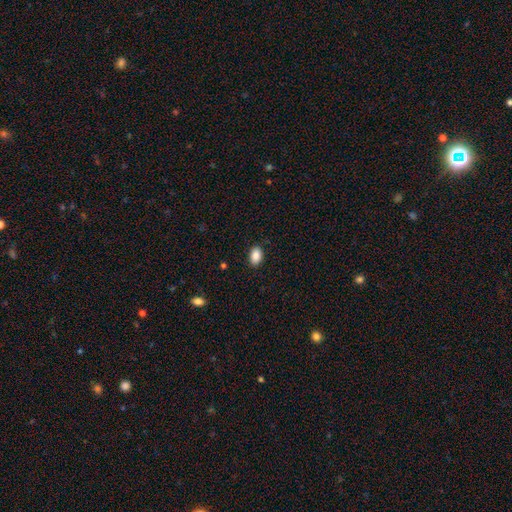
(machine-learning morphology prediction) Smooth or featured: smooth — 88% (star or artifact — 8%)
How rounded: in between — 88% (round — 11%)
Merging: none — 88% (minor disturbance — 9%)